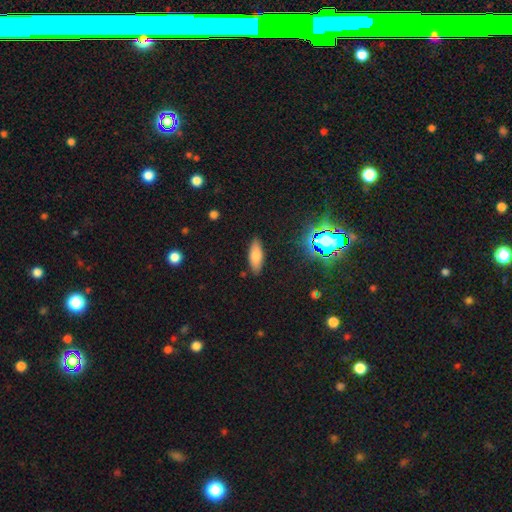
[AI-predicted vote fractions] smooth_or_featured: smooth (p=0.75) [alt: featured or disk p=0.14]
how_rounded: in between (p=0.74) [alt: cigar-shaped p=0.24]
merging: none (p=0.86) [alt: minor disturbance p=0.10]